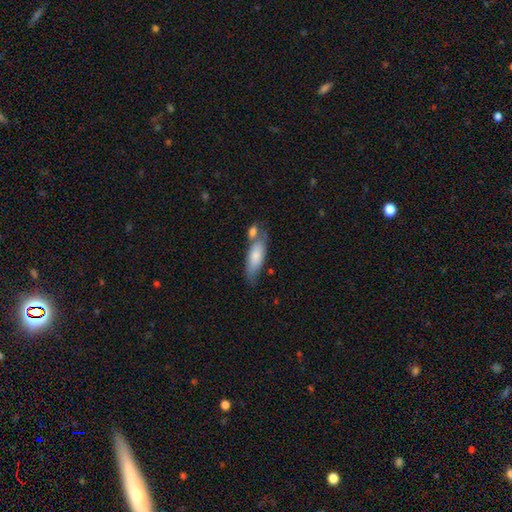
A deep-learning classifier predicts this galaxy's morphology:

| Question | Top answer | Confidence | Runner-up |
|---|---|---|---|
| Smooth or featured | smooth | 73% | featured or disk (21%) |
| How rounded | in between | 70% | cigar-shaped (28%) |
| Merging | none | 43% | merger (31%) |